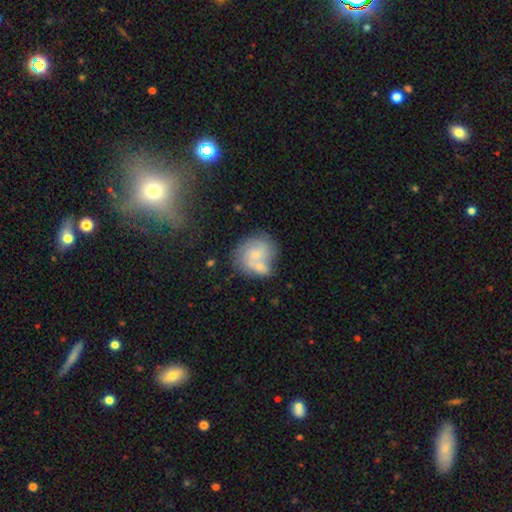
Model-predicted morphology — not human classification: Smooth or featured? smooth (54%)
How rounded? round (64%)
Merging? merger (43%)